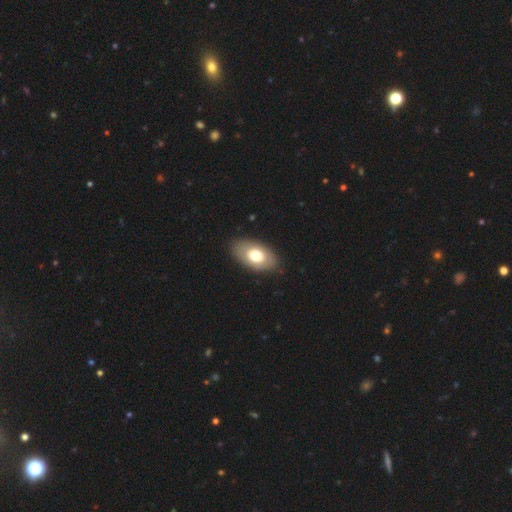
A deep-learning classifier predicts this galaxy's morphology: Smooth or featured? smooth (67%)
How rounded? in between (92%)
Merging? none (85%)